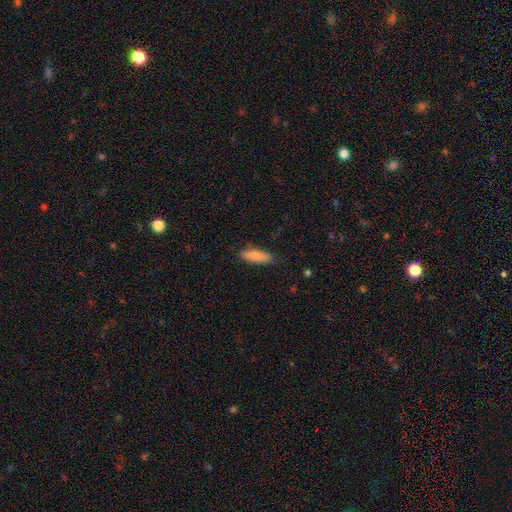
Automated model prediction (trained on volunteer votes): This is clearly a smooth galaxy (82%). How rounded: possibly in between (53%). Merging: likely none (79%).